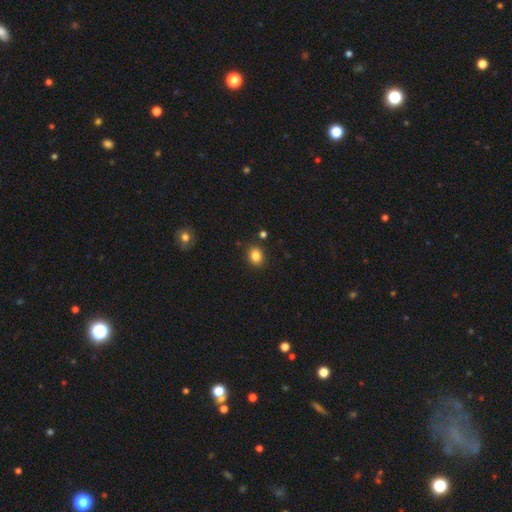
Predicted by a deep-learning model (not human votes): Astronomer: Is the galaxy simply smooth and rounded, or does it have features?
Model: smooth — 84%.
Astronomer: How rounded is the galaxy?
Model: round — 54% (runner-up: in between, 45%).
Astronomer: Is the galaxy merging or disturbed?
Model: none — 85%.